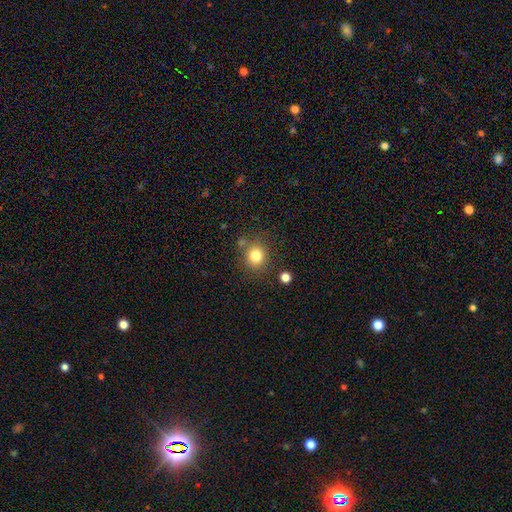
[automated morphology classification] Smooth or featured? Predicted: smooth (p=0.81). How rounded? Predicted: round (p=0.83). Merging? Predicted: none (p=0.77).